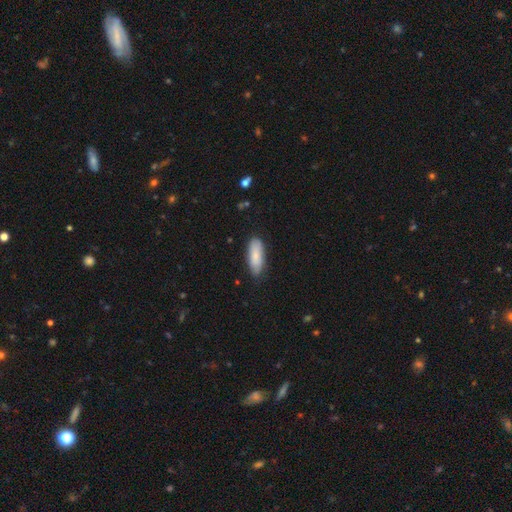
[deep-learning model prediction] A smooth galaxy with no disk features (82%) that is in between round and cigar-shaped (74%). Merging: none (75%).